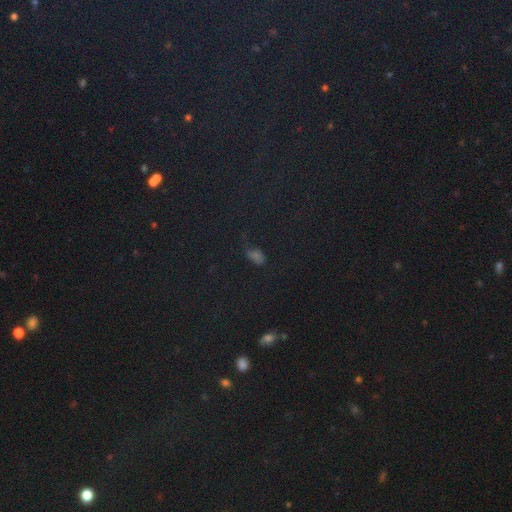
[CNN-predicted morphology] smooth-or-featured: star or artifact: 46% | smooth: 44% | featured or disk: 11%